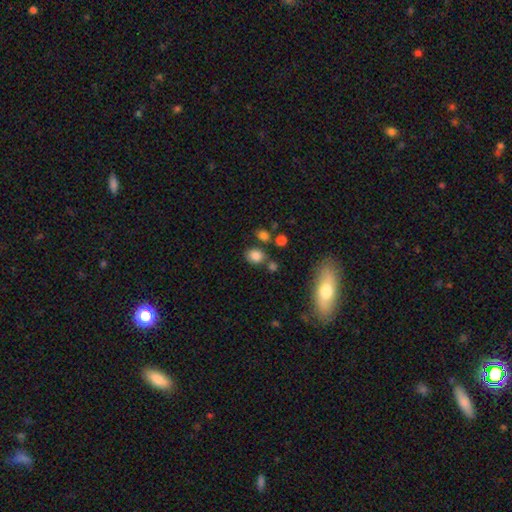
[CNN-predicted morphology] This appears to be a smooth galaxy with no disk features (83%) that is round (54%). Merging: none (72%).